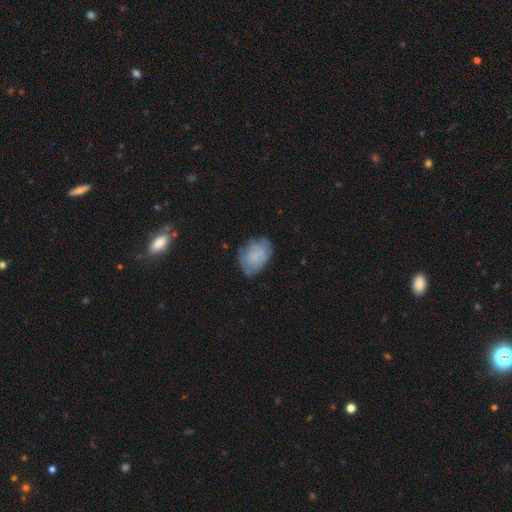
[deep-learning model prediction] Morphology: type=smooth (64%); roundness=in between (76%); merging=none (59%).